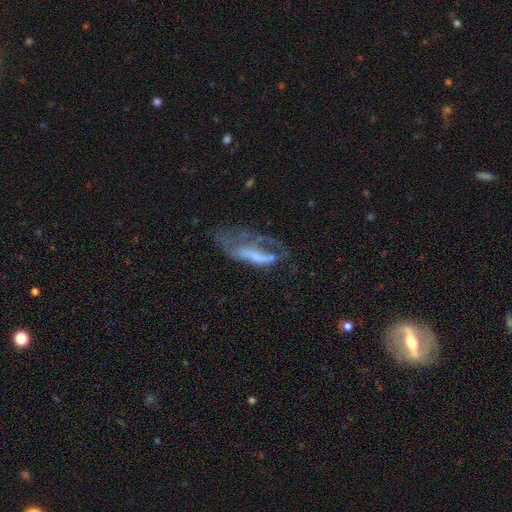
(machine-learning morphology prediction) Smooth or featured: featured or disk — 52% (smooth — 36%)
Edge-on disk: no — 87% (yes — 13%)
Merging: major disturbance — 50% (none — 24%)